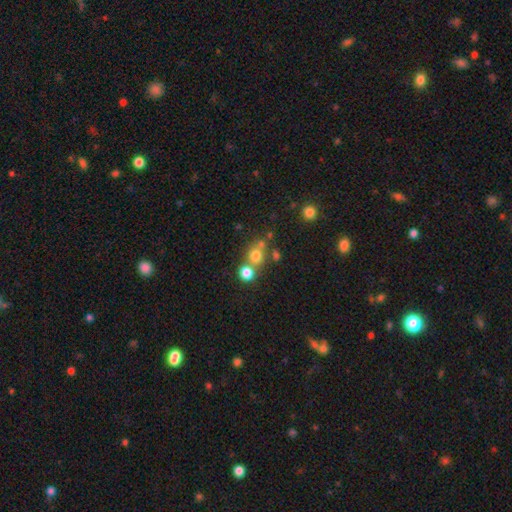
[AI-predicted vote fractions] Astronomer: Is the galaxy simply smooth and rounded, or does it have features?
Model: smooth — 71%.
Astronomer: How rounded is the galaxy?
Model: round — 85%.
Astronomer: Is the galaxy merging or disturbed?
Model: none — 56% (runner-up: merger, 32%).